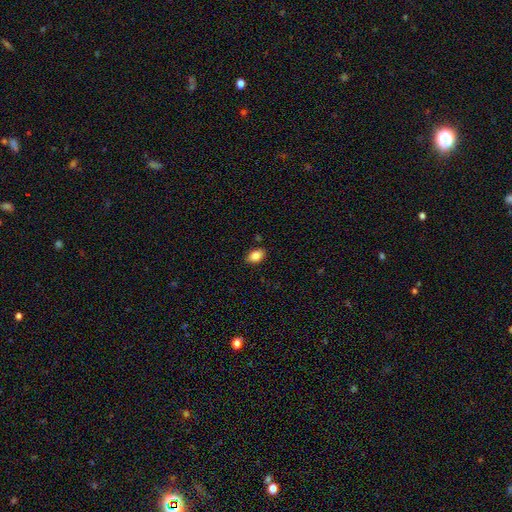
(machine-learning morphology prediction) type=smooth (86%); roundness=in between (88%); merging=none (85%).